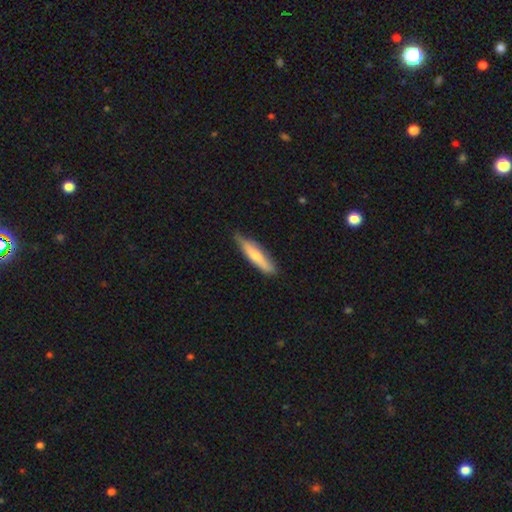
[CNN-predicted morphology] smooth 67%, featured or disk 28%, star or artifact 5%. Down the decision tree: how rounded — cigar-shaped (77%); merging — none (75%).